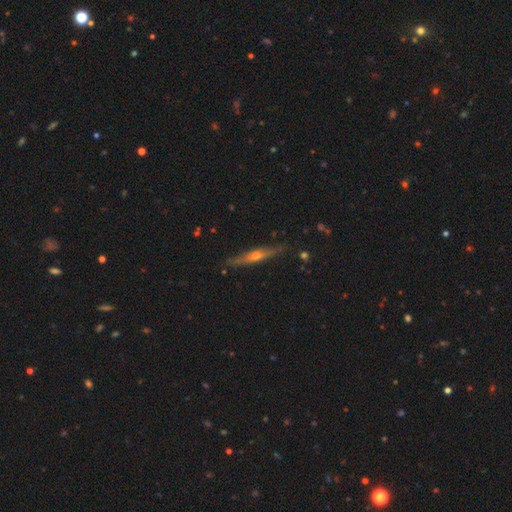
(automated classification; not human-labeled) Smooth or featured? featured or disk (72%)
Edge-on disk? yes (96%)
Edge-on bulge? rounded (87%)
Merging? none (86%)